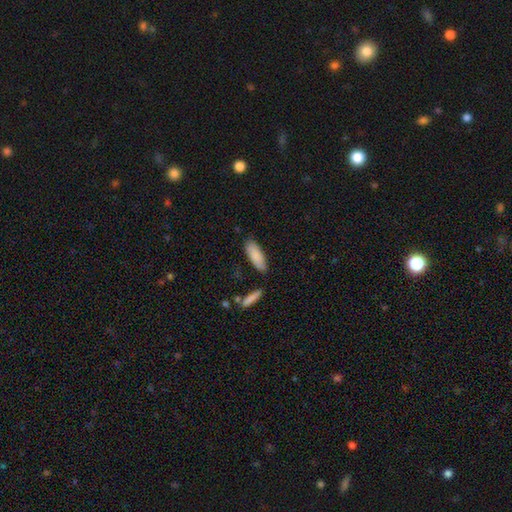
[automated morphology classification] type=smooth (85%); roundness=in between (65%); merging=none (78%).